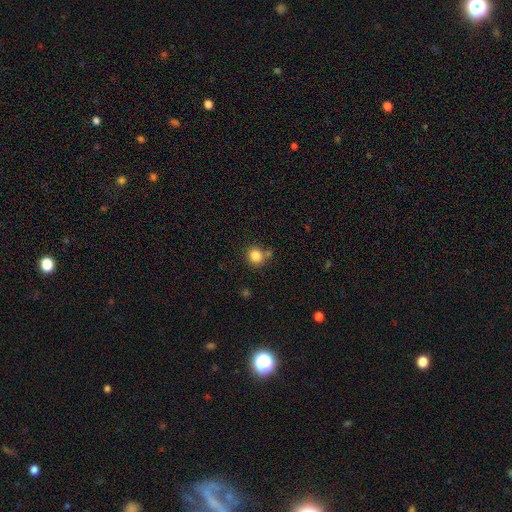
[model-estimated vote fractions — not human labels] Overall: smooth (84%). How rounded: round (86%). Merging: none (72%).